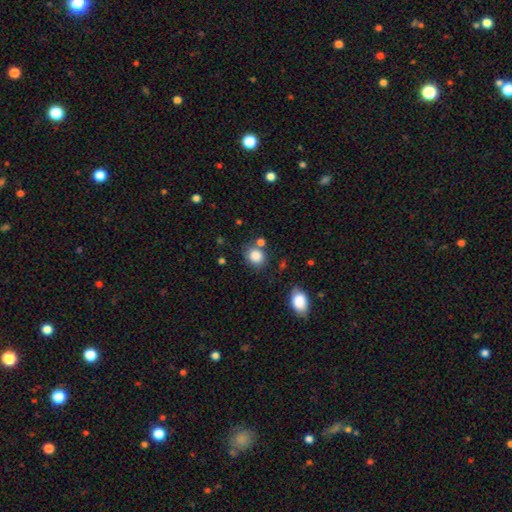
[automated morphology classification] This is clearly a smooth galaxy (85%). How rounded: likely round (72%). Merging: likely none (69%).